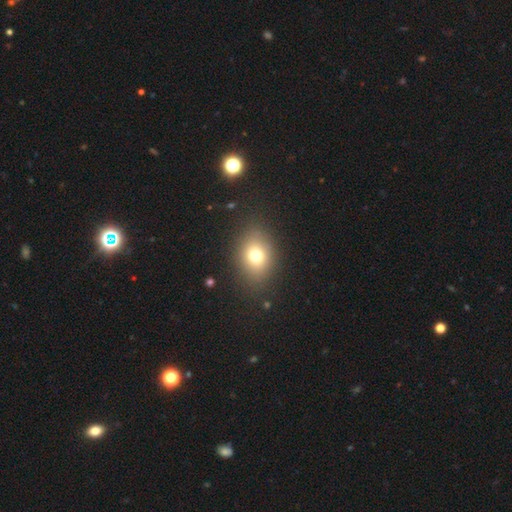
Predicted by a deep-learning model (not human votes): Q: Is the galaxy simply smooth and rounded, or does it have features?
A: smooth — 74%.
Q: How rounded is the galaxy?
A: in between — 57%.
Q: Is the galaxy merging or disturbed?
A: none — 84%.